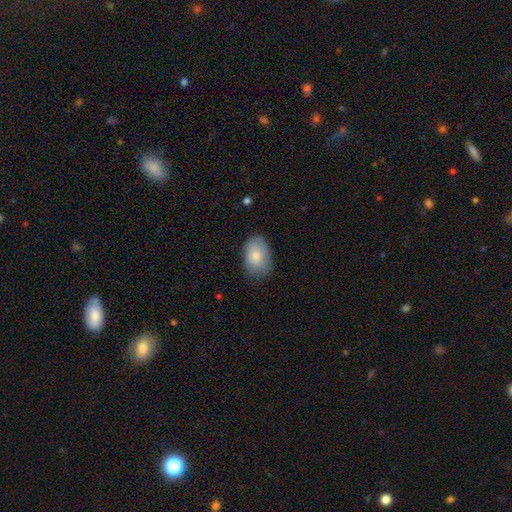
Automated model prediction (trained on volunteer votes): The model was most divided on "merging": none: 76%, minor disturbance: 19%, major disturbance: 4%, merger: 1%. More confident: how rounded — in between (89%); smooth or featured — smooth (82%).